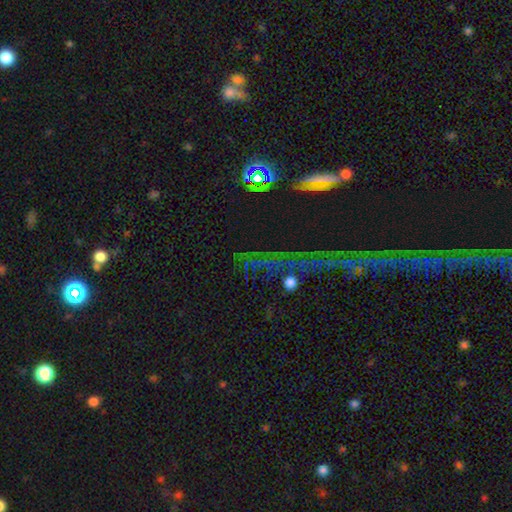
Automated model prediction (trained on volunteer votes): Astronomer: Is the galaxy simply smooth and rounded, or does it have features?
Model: star or artifact — 70%.